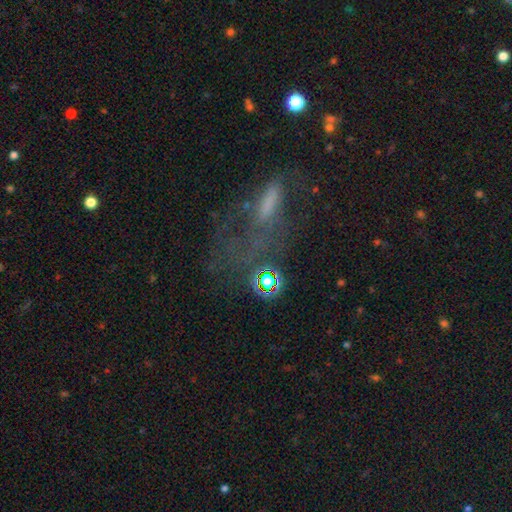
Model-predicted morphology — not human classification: Smooth or featured? featured or disk (36%)
Merging? major disturbance (44%)